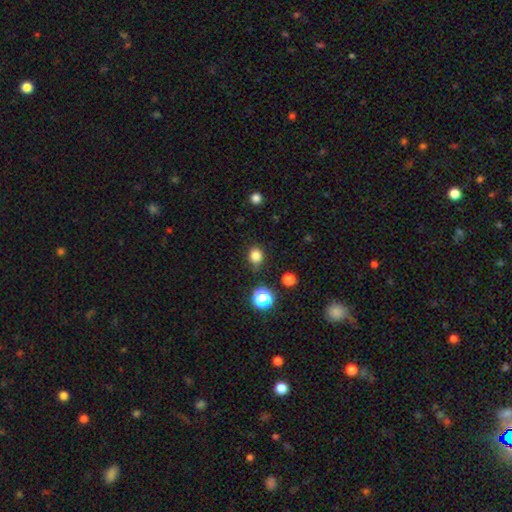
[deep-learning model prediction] Overall: smooth (81%). How rounded: round (75%). Merging: none (78%).